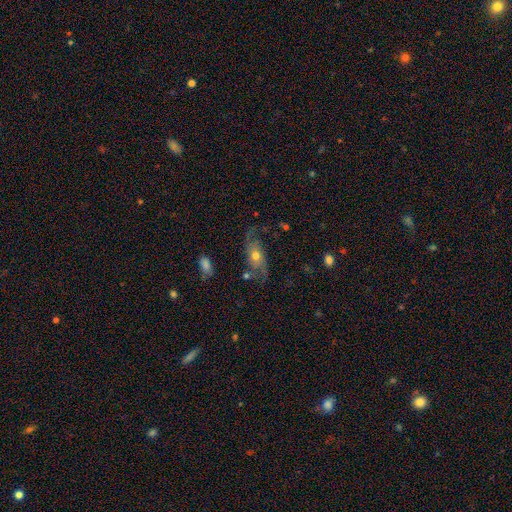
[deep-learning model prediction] Overall: featured or disk (71%). Edge-on disk: no (89%). Bar: no (76%). Spiral arms: yes (87%). Spiral arm count: 2 (81%). Spiral winding: loose (58%; medium 30%). Bulge size: moderate (61%; small 30%). Merging: none (62%).